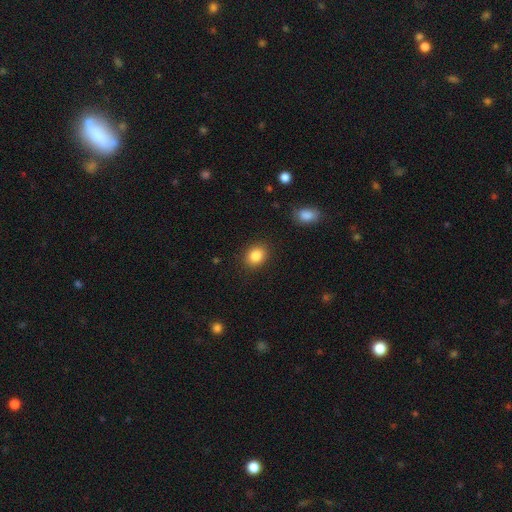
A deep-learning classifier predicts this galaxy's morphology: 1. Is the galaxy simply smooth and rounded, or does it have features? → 85% smooth, 9% star or artifact, 5% featured or disk.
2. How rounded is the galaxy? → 53% round, 46% in between, 1% cigar-shaped.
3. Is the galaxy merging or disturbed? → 88% none, 8% minor disturbance, 2% major disturbance, 1% merger.